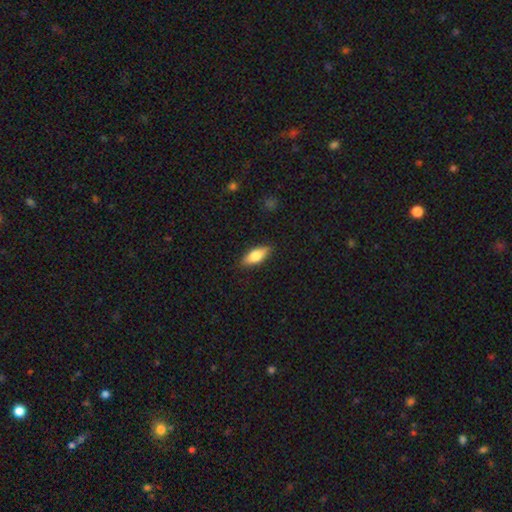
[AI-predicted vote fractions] This appears to be a smooth galaxy with no disk features (74%) that is in between round and cigar-shaped (73%). Merging: none (88%).